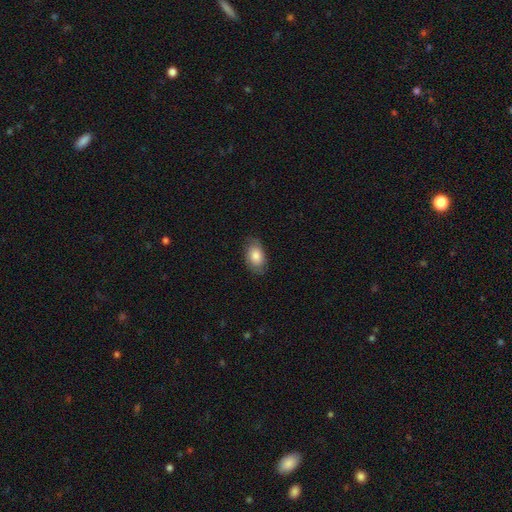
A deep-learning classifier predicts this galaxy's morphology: Smooth or featured? smooth (83%)
How rounded? in between (90%)
Merging? none (79%)